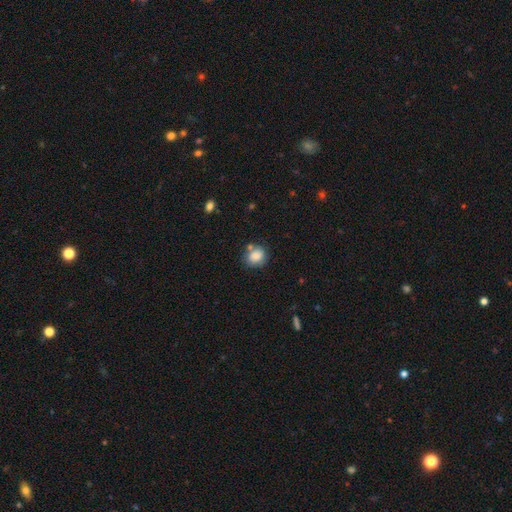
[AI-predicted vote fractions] Smooth or featured: smooth — 83% (star or artifact — 9%)
How rounded: round — 65% (in between — 34%)
Merging: none — 64% (minor disturbance — 19%)